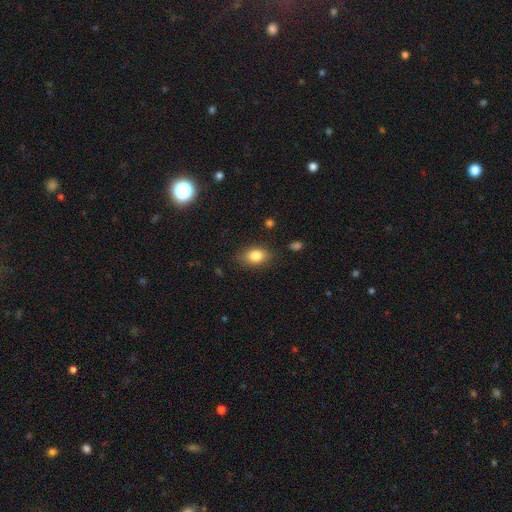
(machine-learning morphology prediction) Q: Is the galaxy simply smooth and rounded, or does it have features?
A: smooth — 83%.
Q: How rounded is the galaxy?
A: in between — 79%.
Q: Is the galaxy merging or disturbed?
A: none — 82%.